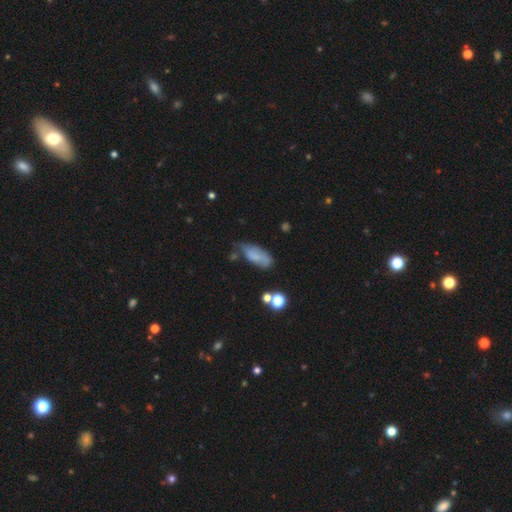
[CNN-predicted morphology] A smooth galaxy with no disk features (69%) that is in between round and cigar-shaped (81%). Merging: none (45%).